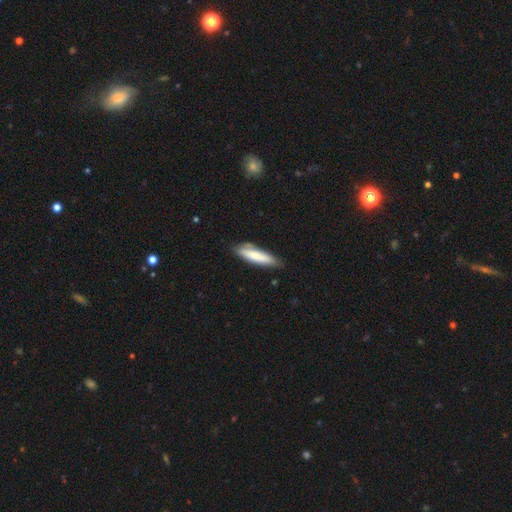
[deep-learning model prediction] Smooth or featured: smooth — 73% (featured or disk — 21%)
How rounded: cigar-shaped — 73% (in between — 26%)
Merging: none — 74% (minor disturbance — 20%)